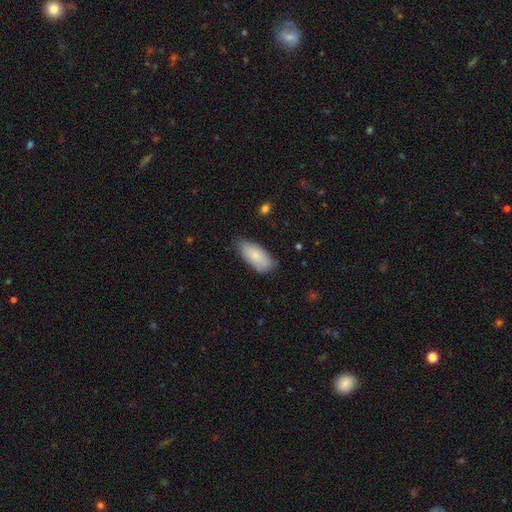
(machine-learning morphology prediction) smooth-or-featured: smooth: 78% | featured or disk: 16% | star or artifact: 6%
  how-rounded: in between: 87% | cigar-shaped: 11% | round: 2%
  merging: none: 71% | minor disturbance: 23% | major disturbance: 4% | merger: 1%